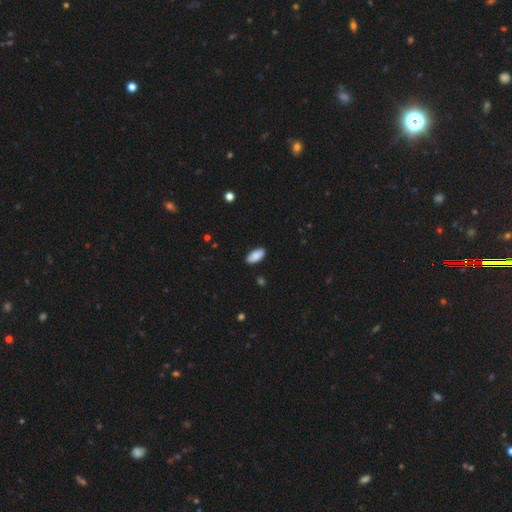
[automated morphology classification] This is clearly a smooth galaxy (87%). How rounded: clearly in between (92%). Merging: clearly none (88%).